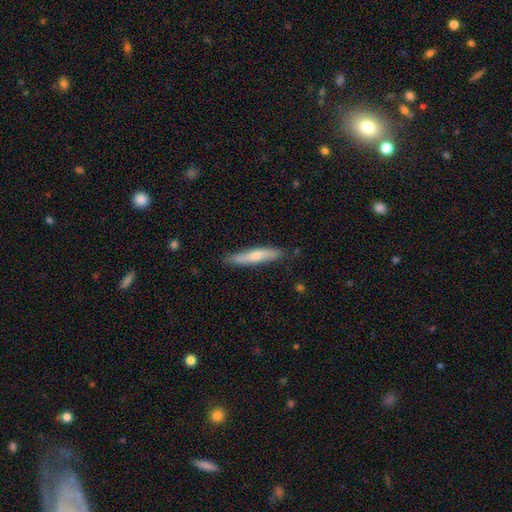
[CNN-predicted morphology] This is likely a smooth galaxy (66%). How rounded: clearly cigar-shaped (89%). Merging: clearly none (84%).